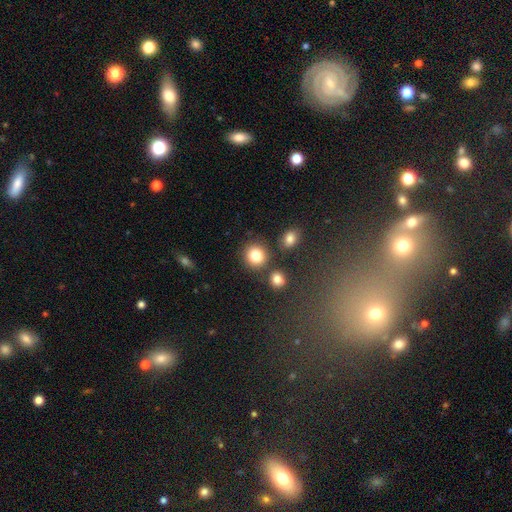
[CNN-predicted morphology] smooth 83%, star or artifact 11%, featured or disk 7%. Down the decision tree: how rounded — round (88%); merging — none (78%).